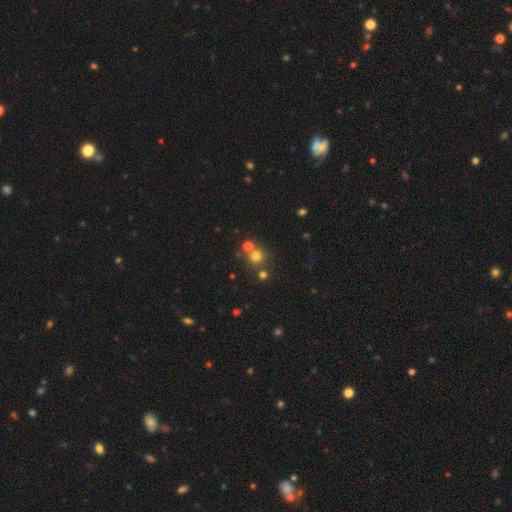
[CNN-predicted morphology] smooth-or-featured: smooth: 72% | star or artifact: 20% | featured or disk: 8%
  how-rounded: round: 91% | in between: 8% | cigar-shaped: 1%
  merging: none: 66% | merger: 23% | minor disturbance: 7% | major disturbance: 3%